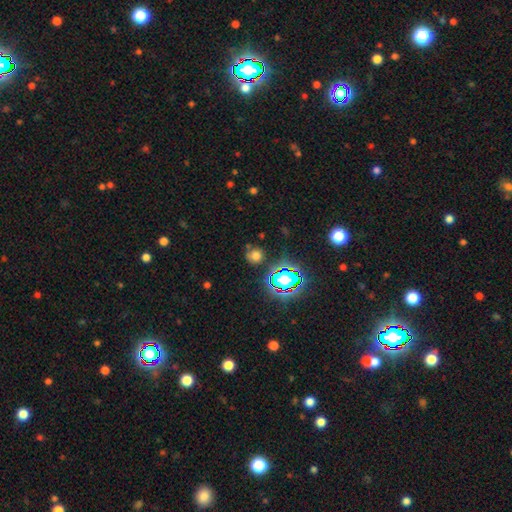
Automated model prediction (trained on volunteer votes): The model was most divided on "smooth or featured": smooth: 63%, star or artifact: 29%, featured or disk: 8%. More confident: how rounded — round (85%); merging — none (76%).